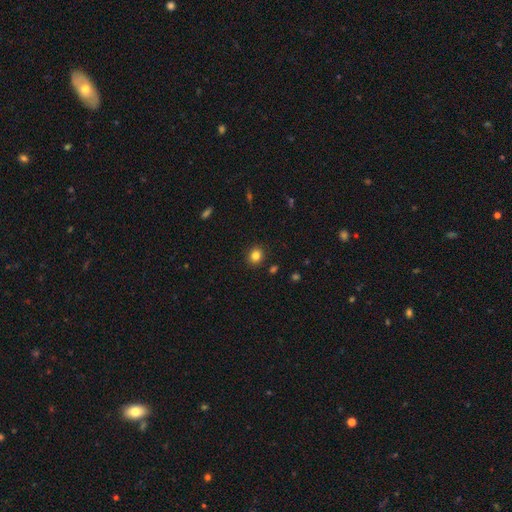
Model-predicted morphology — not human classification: Q: Smooth or featured?
A: smooth (82%); runner-up: star or artifact (12%)
Q: How rounded?
A: round (77%); runner-up: in between (22%)
Q: Merging?
A: none (90%); runner-up: minor disturbance (6%)